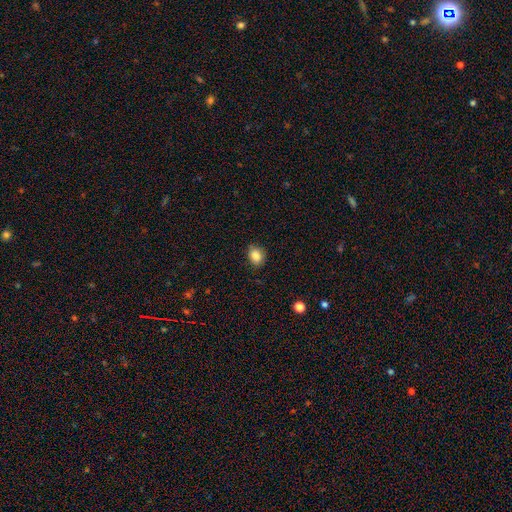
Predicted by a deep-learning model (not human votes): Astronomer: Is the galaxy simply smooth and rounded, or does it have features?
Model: smooth — 86%.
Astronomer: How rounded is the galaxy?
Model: round — 51% (runner-up: in between, 48%).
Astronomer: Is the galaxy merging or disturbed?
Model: none — 81%.